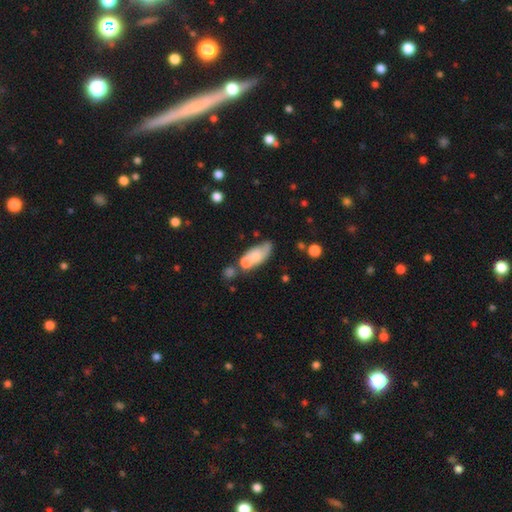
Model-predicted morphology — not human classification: A smooth galaxy with no disk features (60%) that is in between round and cigar-shaped (80%). Merging: none (34%, tied with merger).